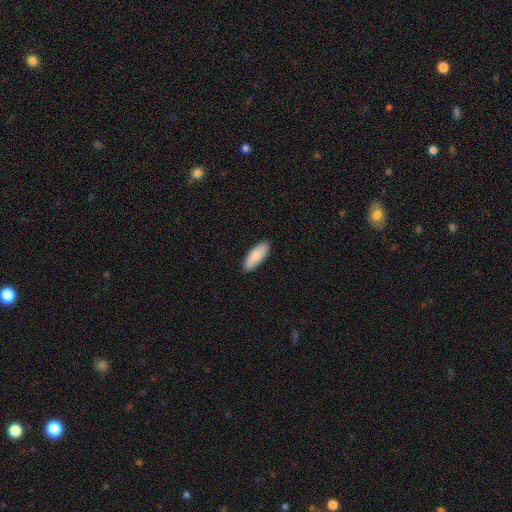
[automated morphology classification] Smooth or featured? Predicted: smooth (p=0.87). How rounded? Predicted: in between (p=0.73). Merging? Predicted: none (p=0.87).